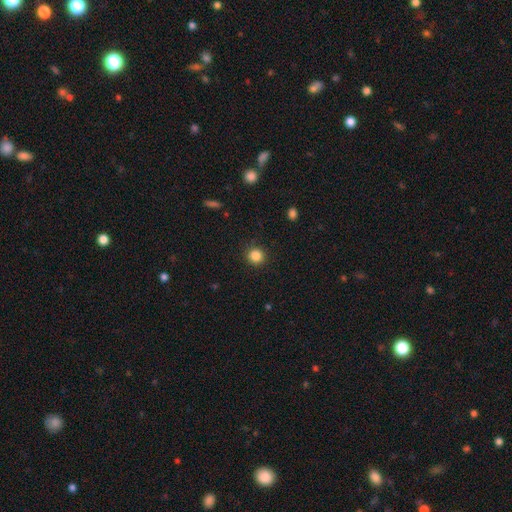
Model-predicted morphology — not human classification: Smooth or featured?
  - smooth: 85% *
  - star or artifact: 11%
  - featured or disk: 4%
How rounded?
  - round: 93% *
  - in between: 6%
  - cigar-shaped: 1%
Merging?
  - none: 91% *
  - minor disturbance: 6%
  - major disturbance: 2%
  - merger: 1%